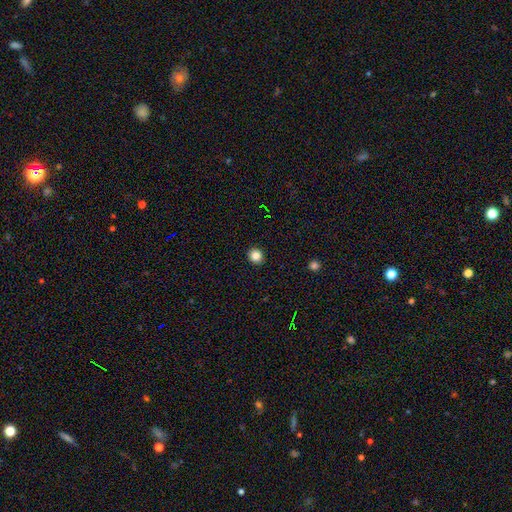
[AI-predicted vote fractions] Smooth or featured? smooth (83%)
How rounded? round (85%)
Merging? none (93%)